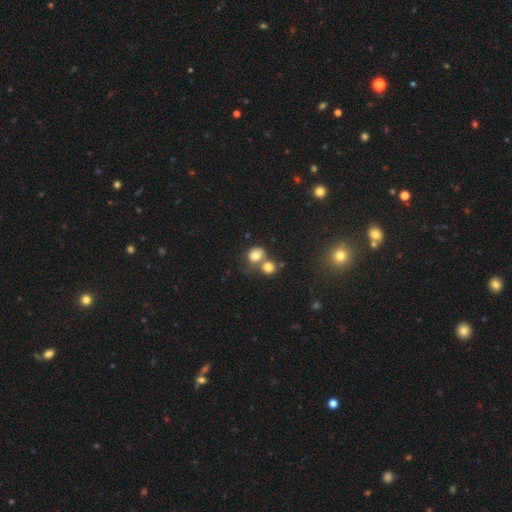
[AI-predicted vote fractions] smooth-or-featured: smooth: 75% | featured or disk: 14% | star or artifact: 10%
  how-rounded: round: 73% | in between: 26% | cigar-shaped: 1%
  merging: merger: 49% | none: 35% | minor disturbance: 11% | major disturbance: 6%